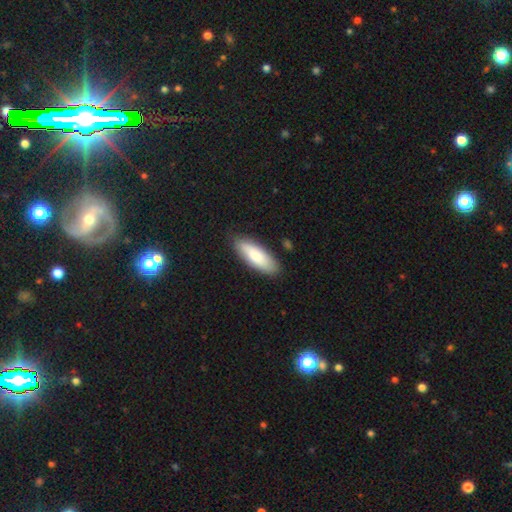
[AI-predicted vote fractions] smooth-or-featured: smooth: 83% | featured or disk: 12% | star or artifact: 5%
  how-rounded: in between: 65% | cigar-shaped: 34% | round: 2%
  merging: none: 84% | minor disturbance: 12% | major disturbance: 2% | merger: 1%